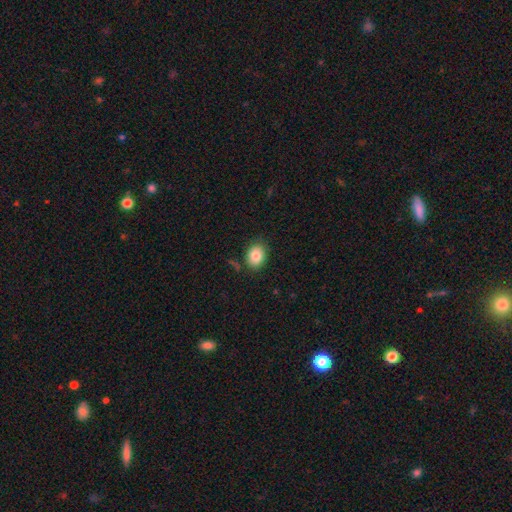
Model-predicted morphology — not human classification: The model was most divided on "how rounded": in between: 57%, round: 42%, cigar-shaped: 1%. More confident: smooth or featured — smooth (84%); merging — none (82%).